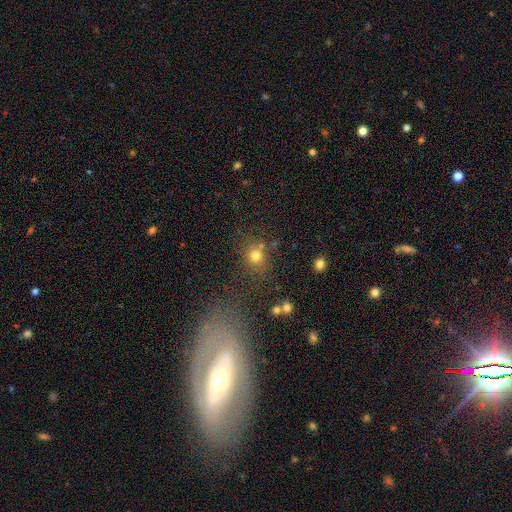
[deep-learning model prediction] smooth_or_featured: smooth (p=0.74) [alt: star or artifact p=0.18]
how_rounded: round (p=0.80) [alt: in between p=0.19]
merging: none (p=0.69) [alt: merger p=0.12]